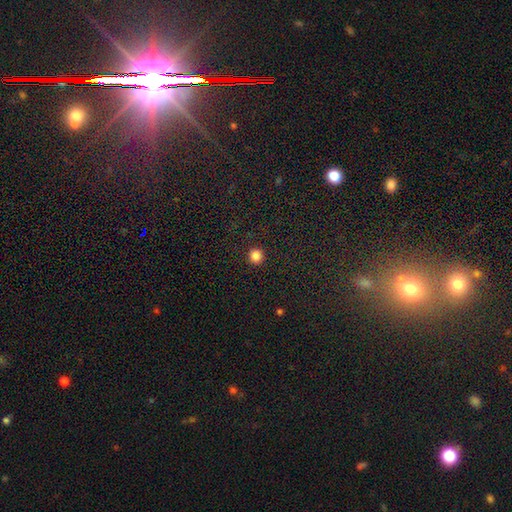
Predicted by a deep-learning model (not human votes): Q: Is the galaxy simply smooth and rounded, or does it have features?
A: smooth — 85%.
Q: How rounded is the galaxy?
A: round — 93%.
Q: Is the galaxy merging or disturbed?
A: none — 92%.